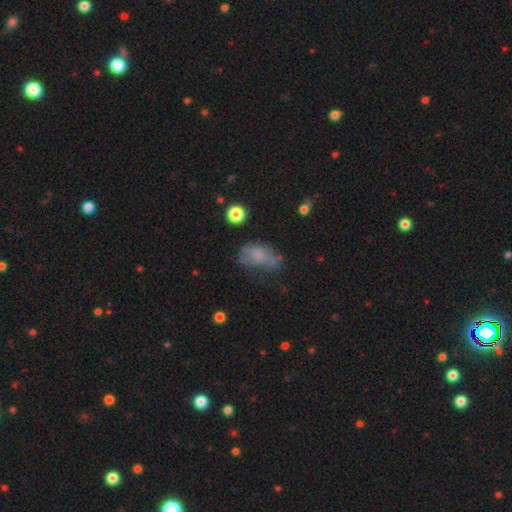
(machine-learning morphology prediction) Smooth or featured?
  - smooth: 49% *
  - featured or disk: 34%
  - star or artifact: 17%
Merging?
  - none: 39% *
  - minor disturbance: 28%
  - major disturbance: 27%
  - merger: 7%